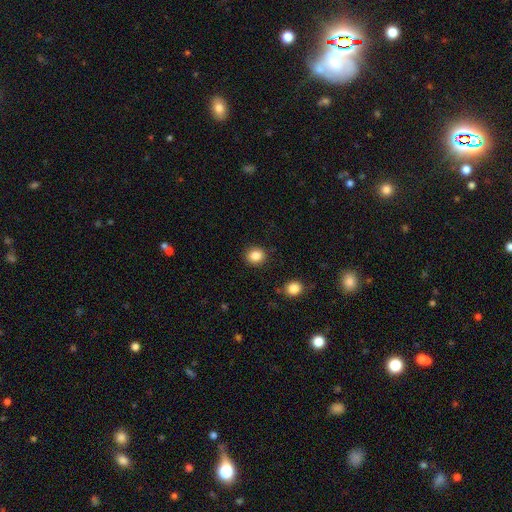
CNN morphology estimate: smooth_or_featured: smooth (p=0.86) [alt: star or artifact p=0.10]
how_rounded: round (p=0.76) [alt: in between p=0.23]
merging: none (p=0.89) [alt: minor disturbance p=0.07]